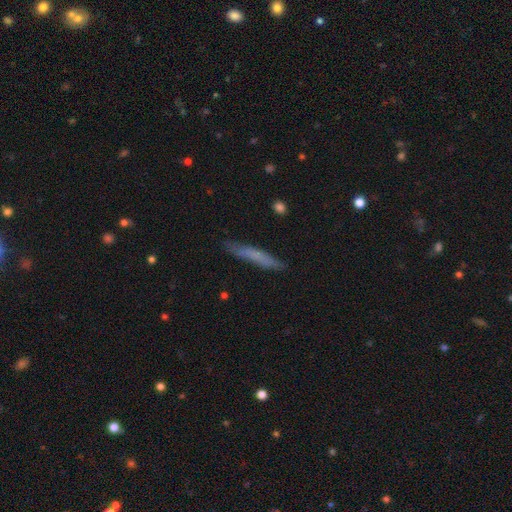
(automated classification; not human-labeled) smooth-or-featured: smooth: 64% | featured or disk: 29% | star or artifact: 7%
  how-rounded: cigar-shaped: 94% | in between: 5% | round: 1%
  merging: none: 81% | minor disturbance: 14% | major disturbance: 3% | merger: 2%